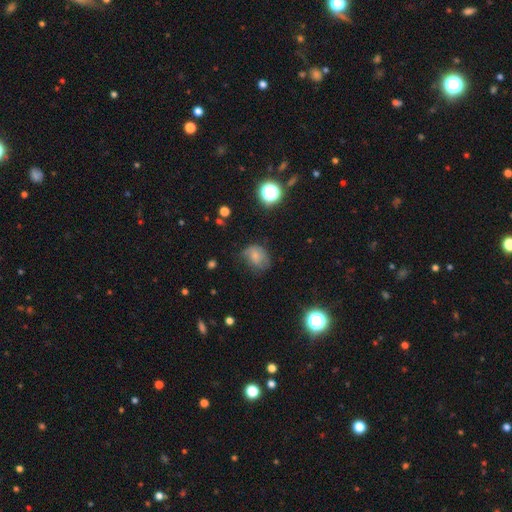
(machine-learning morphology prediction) smooth-or-featured: smooth: 68% | featured or disk: 18% | star or artifact: 14%
  how-rounded: in between: 53% | round: 46% | cigar-shaped: 1%
  merging: none: 47% | minor disturbance: 35% | major disturbance: 17% | merger: 2%